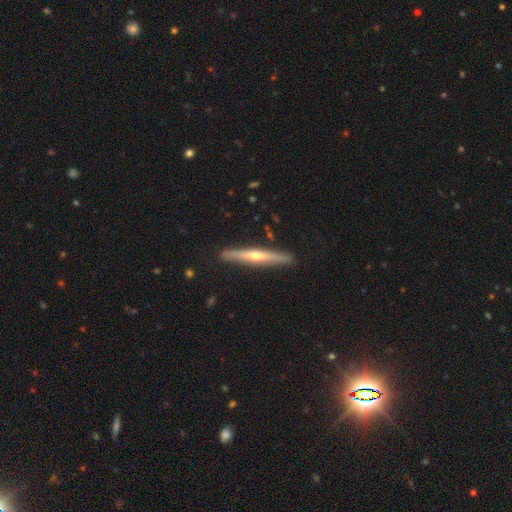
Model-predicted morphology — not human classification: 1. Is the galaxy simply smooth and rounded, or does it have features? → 64% featured or disk, 31% smooth, 5% star or artifact.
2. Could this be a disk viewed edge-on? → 96% yes, 4% no.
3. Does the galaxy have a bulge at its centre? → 77% rounded, 18% none, 5% boxy.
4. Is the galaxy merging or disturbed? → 90% none, 8% minor disturbance, 1% major disturbance, 1% merger.